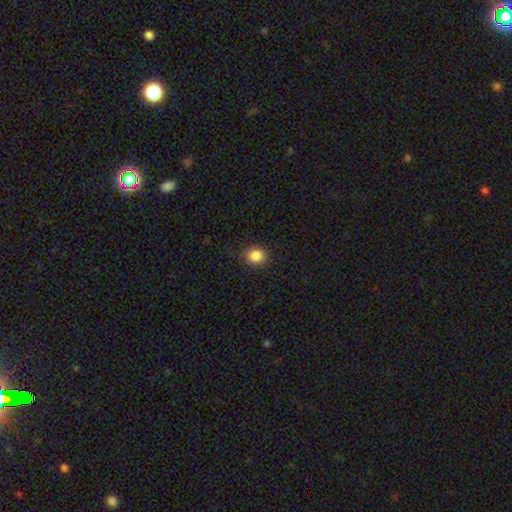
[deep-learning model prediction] This appears to be a smooth galaxy with no disk features (86%) that is round (73%). Merging: none (85%).